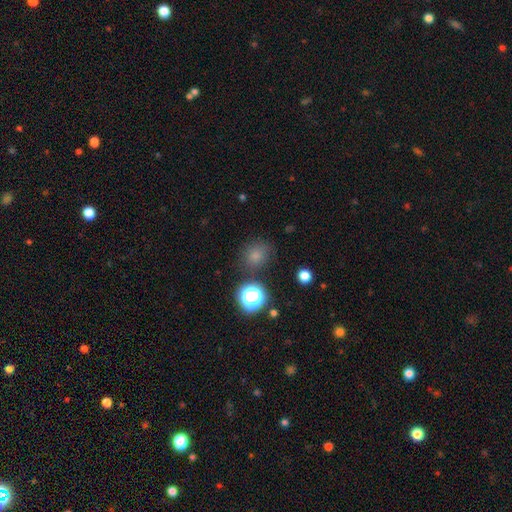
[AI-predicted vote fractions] Smooth or featured? Predicted: smooth (p=0.74). How rounded? Predicted: round (p=0.74). Merging? Predicted: none (p=0.77).